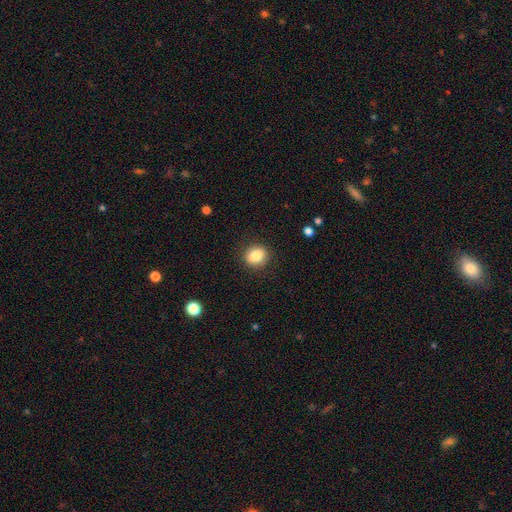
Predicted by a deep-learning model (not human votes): This appears to be a smooth galaxy with no disk features (84%) that is round (76%). Merging: none (88%).